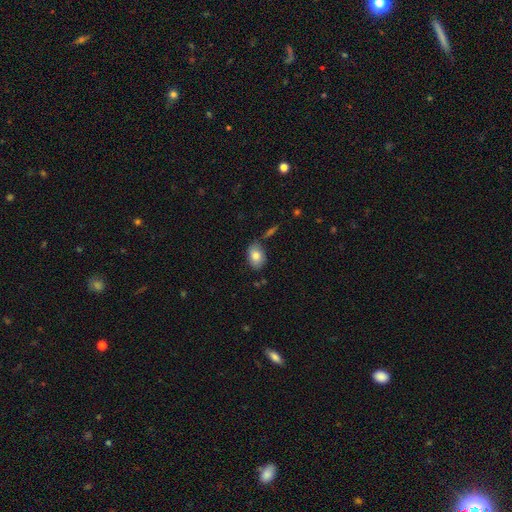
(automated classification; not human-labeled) smooth 81%, featured or disk 12%, star or artifact 7%. Down the decision tree: how rounded — in between (83%); merging — none (75%).